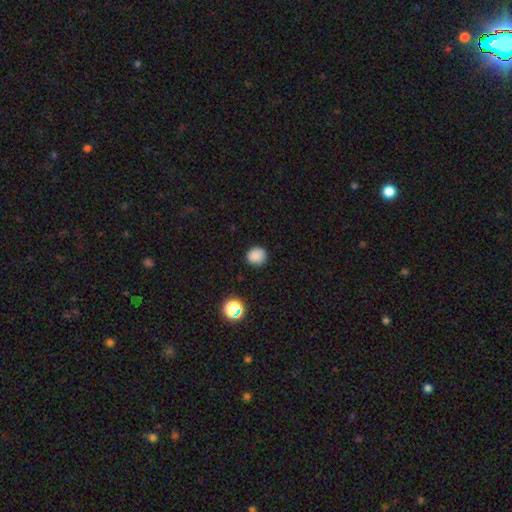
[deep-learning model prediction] The model was most divided on "smooth or featured": smooth: 85%, star or artifact: 12%, featured or disk: 3%. More confident: merging — none (88%); how rounded — round (88%).